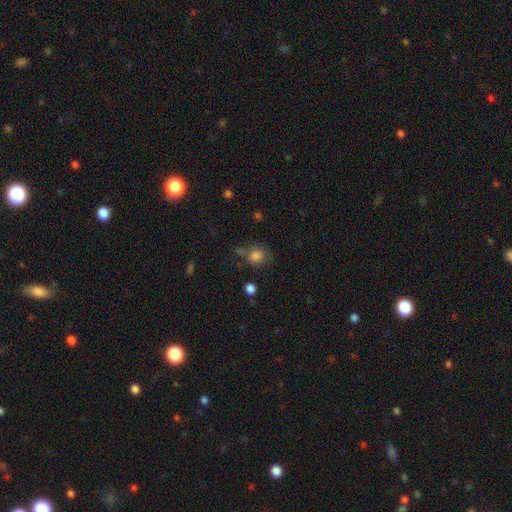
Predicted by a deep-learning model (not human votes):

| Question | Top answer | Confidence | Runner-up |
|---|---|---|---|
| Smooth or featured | smooth | 80% | star or artifact (12%) |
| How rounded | round | 74% | in between (25%) |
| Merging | none | 58% | minor disturbance (21%) |